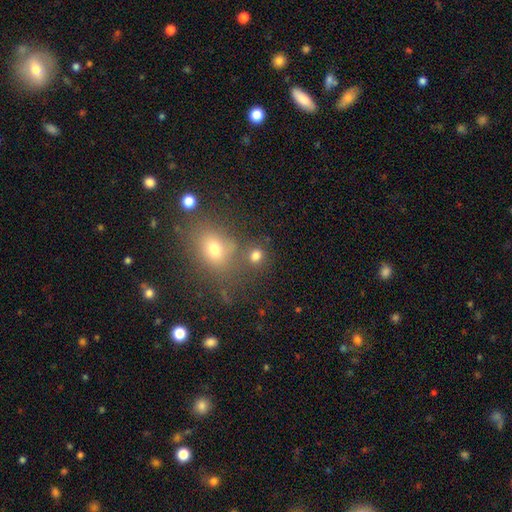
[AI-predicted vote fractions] Smooth or featured? smooth (76%)
How rounded? round (71%)
Merging? none (65%)